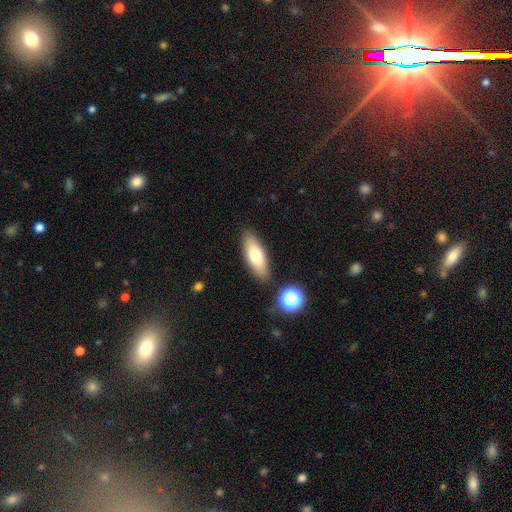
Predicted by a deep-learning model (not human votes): smooth-or-featured: smooth: 69% | featured or disk: 23% | star or artifact: 7%
  how-rounded: in between: 68% | cigar-shaped: 29% | round: 3%
  merging: none: 84% | minor disturbance: 10% | merger: 4% | major disturbance: 2%